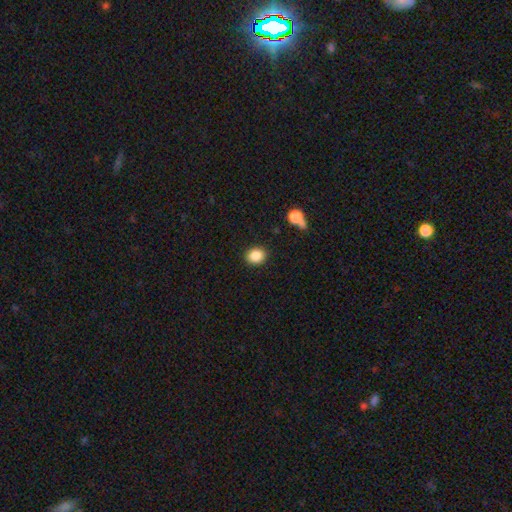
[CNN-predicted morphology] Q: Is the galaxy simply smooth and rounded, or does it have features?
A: smooth — 88%.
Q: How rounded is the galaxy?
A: round — 63%.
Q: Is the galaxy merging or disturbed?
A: none — 88%.